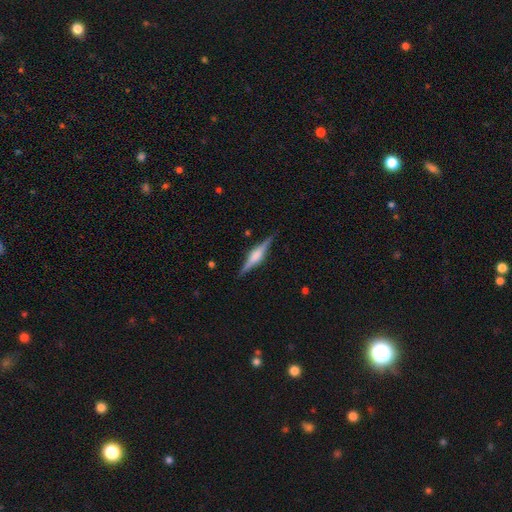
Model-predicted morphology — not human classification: This appears to be a featured or disk galaxy (75%) viewed edge-on (98%) with a rounded central bulge (68%). Merging: none (89%).